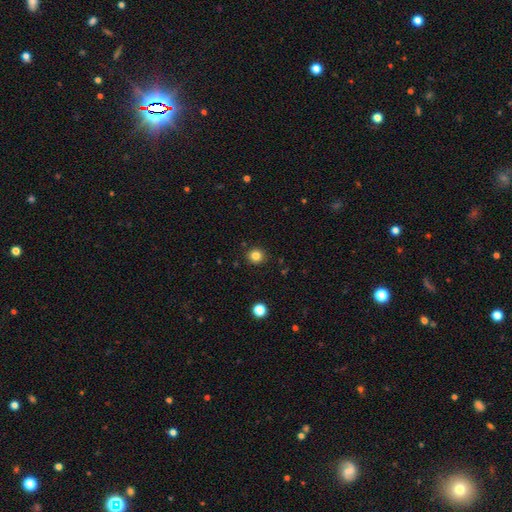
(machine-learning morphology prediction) smooth 83%, star or artifact 12%, featured or disk 5%. Down the decision tree: how rounded — round (90%); merging — none (91%).